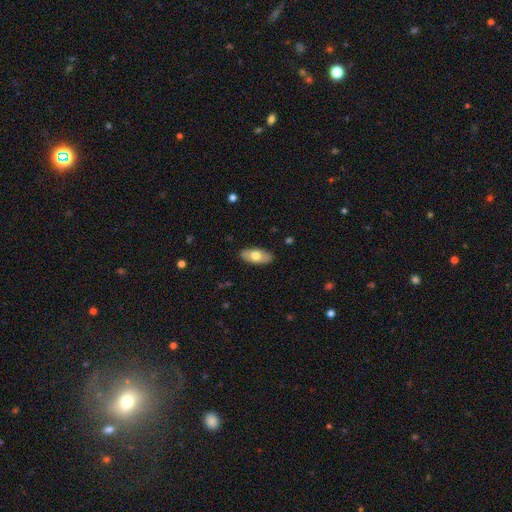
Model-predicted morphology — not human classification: Smooth or featured?
  - smooth: 63% *
  - featured or disk: 32%
  - star or artifact: 5%
How rounded?
  - in between: 90% *
  - cigar-shaped: 7%
  - round: 3%
Merging?
  - none: 86% *
  - minor disturbance: 10%
  - major disturbance: 2%
  - merger: 1%